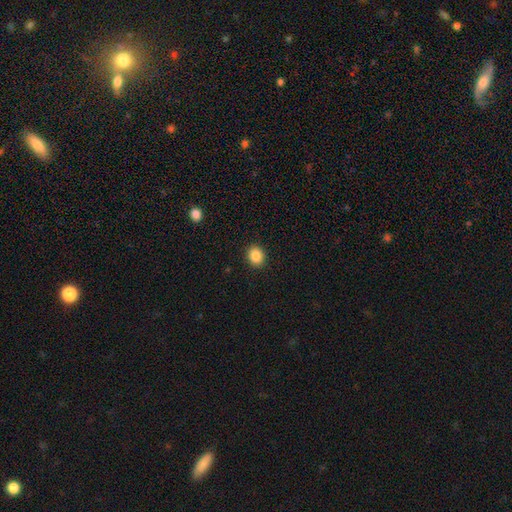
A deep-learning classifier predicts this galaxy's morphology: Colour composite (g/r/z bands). It shows a smooth galaxy with no disk features (86%) that is round (67%). Merging: none (92%).